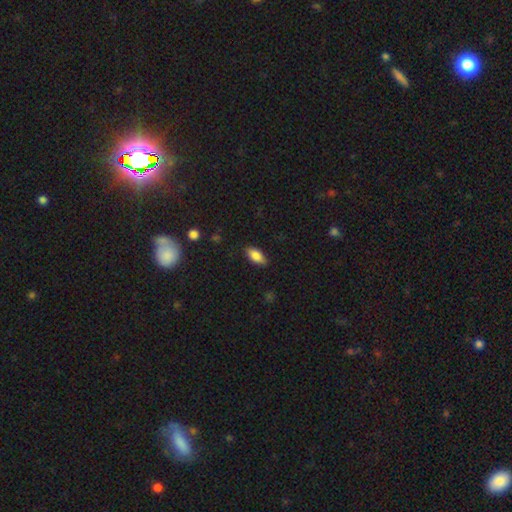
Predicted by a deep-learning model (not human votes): Overall: smooth (82%). How rounded: in between (87%). Merging: none (84%).